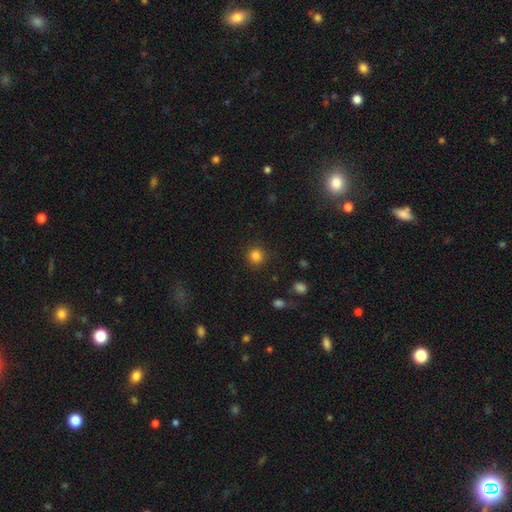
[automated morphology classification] Smooth or featured: smooth — 84% (star or artifact — 12%)
How rounded: round — 92% (in between — 7%)
Merging: none — 89% (minor disturbance — 7%)